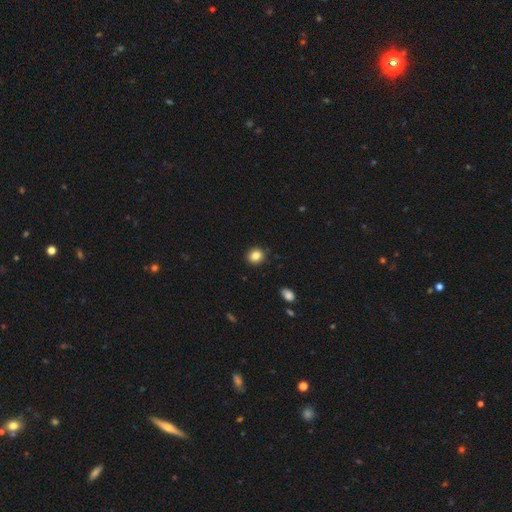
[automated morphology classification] A smooth galaxy with no disk features (85%) that is round (79%).

Vote fractions:
- Smooth or featured? smooth: 85% / star or artifact: 10% / featured or disk: 5%
- How rounded? round: 79% / in between: 20% / cigar-shaped: 1%
- Merging? none: 90% / minor disturbance: 7% / major disturbance: 2% / merger: 1%